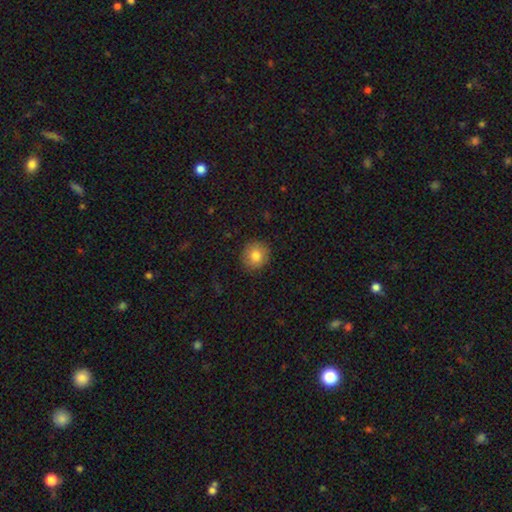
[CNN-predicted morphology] This appears to be a smooth galaxy with no disk features (81%) that is round (88%). Merging: none (90%).